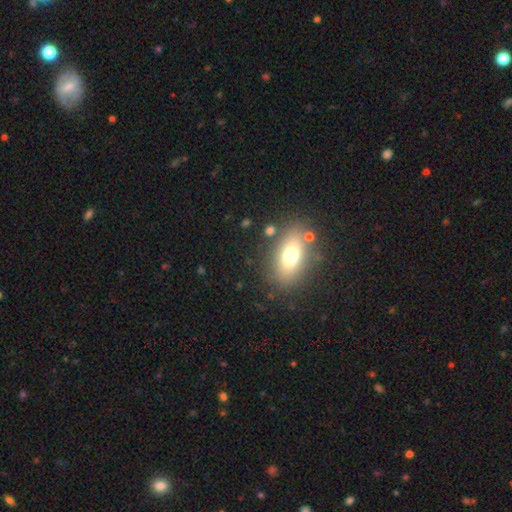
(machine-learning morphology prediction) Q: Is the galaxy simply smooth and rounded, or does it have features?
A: smooth — 58%.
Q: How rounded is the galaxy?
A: in between — 80%.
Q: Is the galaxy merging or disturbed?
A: none — 80%.